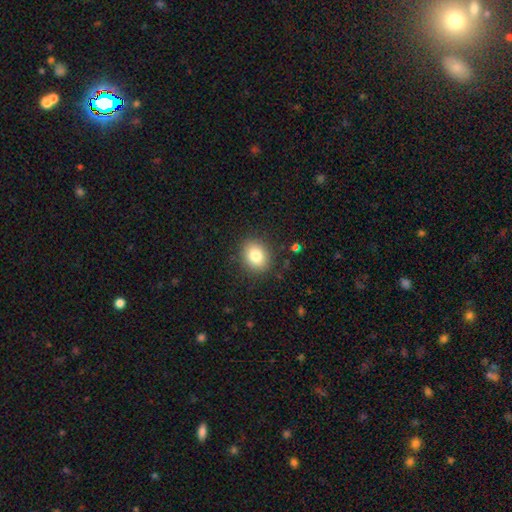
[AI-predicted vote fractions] This appears to be a smooth galaxy with no disk features (82%) that is round (58%). Merging: none (87%).